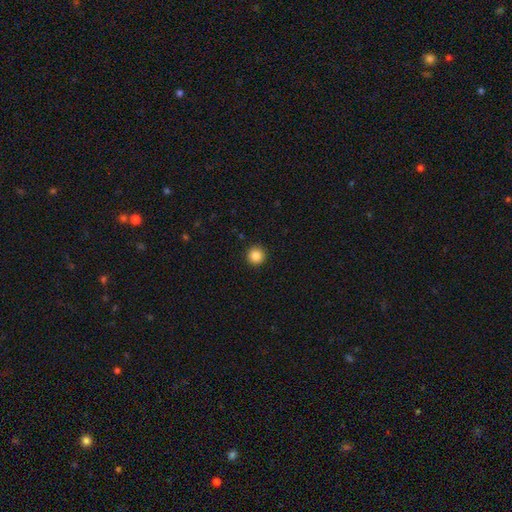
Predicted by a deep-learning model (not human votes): Smooth or featured: smooth — 86% (star or artifact — 10%)
How rounded: round — 96% (in between — 3%)
Merging: none — 93% (minor disturbance — 4%)